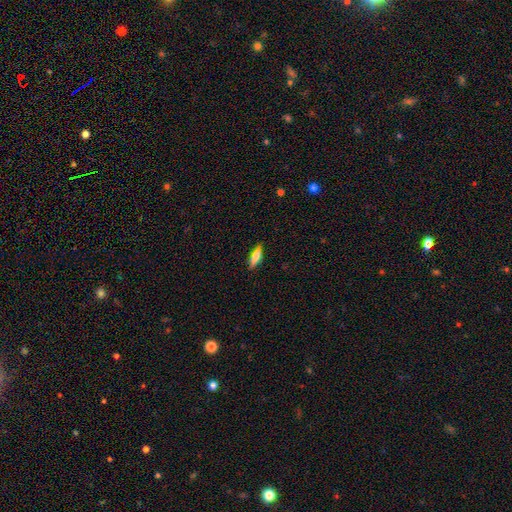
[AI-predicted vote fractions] Smooth or featured: smooth — 68% (featured or disk — 25%)
How rounded: cigar-shaped — 53% (in between — 44%)
Merging: none — 83% (minor disturbance — 13%)